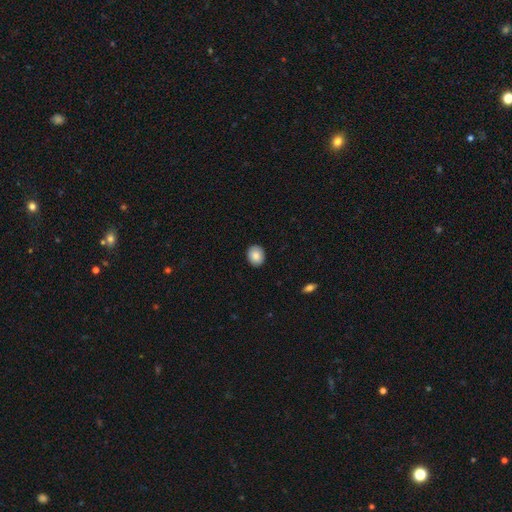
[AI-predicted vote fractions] smooth_or_featured: smooth (p=0.85) [alt: star or artifact p=0.08]
how_rounded: round (p=0.53) [alt: in between p=0.46]
merging: none (p=0.90) [alt: minor disturbance p=0.07]